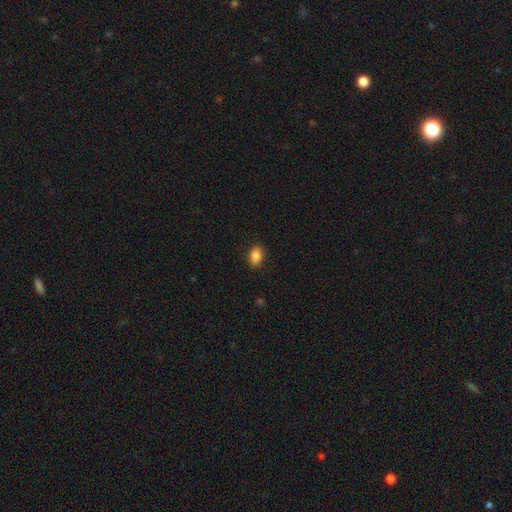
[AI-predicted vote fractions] Smooth or featured? smooth (87%)
How rounded? in between (83%)
Merging? none (88%)